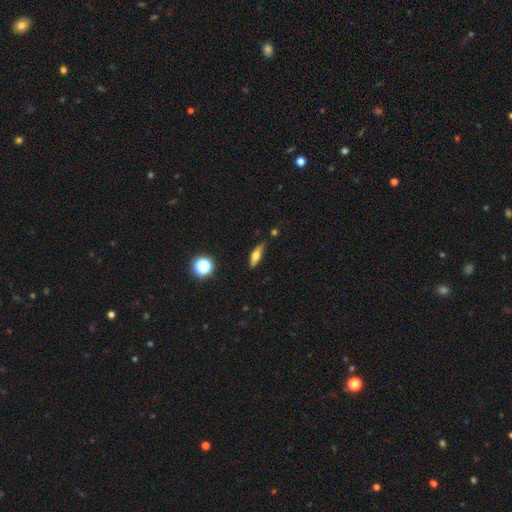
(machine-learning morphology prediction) Smooth or featured? Predicted: smooth (p=0.53). How rounded? Predicted: cigar-shaped (p=0.49). Merging? Predicted: none (p=0.77).